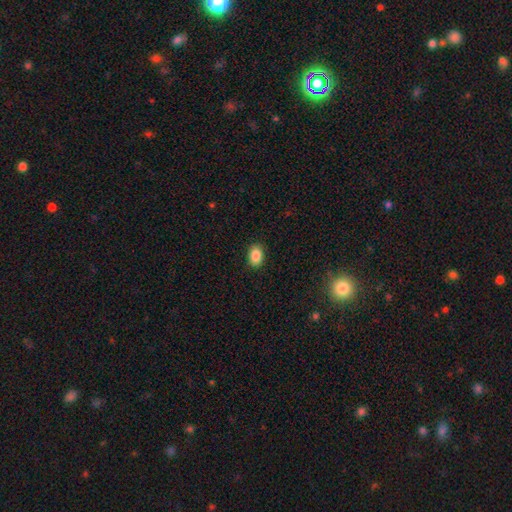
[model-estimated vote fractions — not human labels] This appears to be a smooth galaxy with no disk features (88%) that is in between round and cigar-shaped (83%). Merging: none (89%).